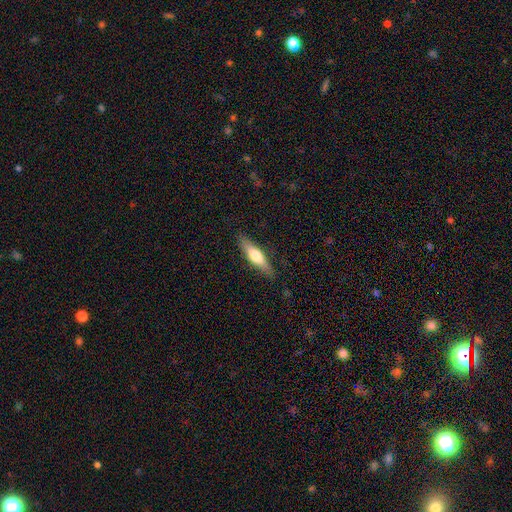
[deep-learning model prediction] Smooth or featured? smooth (56%)
How rounded? cigar-shaped (69%)
Merging? none (85%)